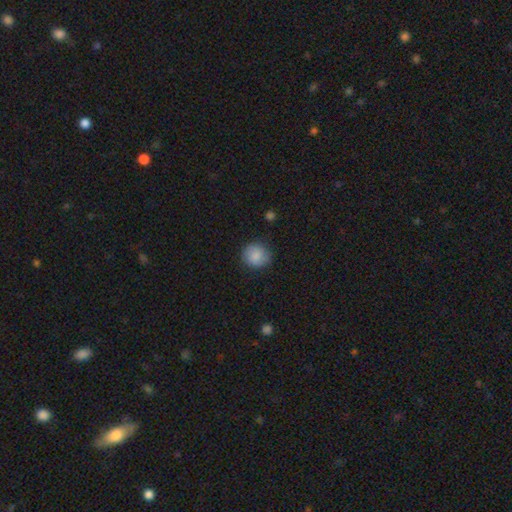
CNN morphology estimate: smooth-or-featured: smooth: 86% | star or artifact: 8% | featured or disk: 7%
  how-rounded: round: 87% | in between: 13% | cigar-shaped: 1%
  merging: none: 83% | minor disturbance: 12% | major disturbance: 3% | merger: 1%